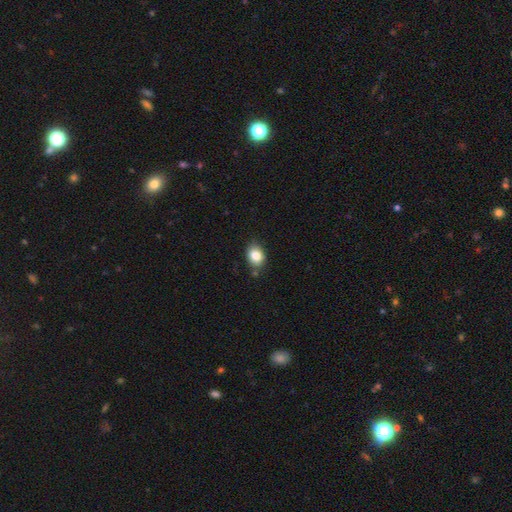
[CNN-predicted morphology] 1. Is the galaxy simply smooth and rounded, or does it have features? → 84% smooth, 9% star or artifact, 7% featured or disk.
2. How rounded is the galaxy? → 60% in between, 39% round, 1% cigar-shaped.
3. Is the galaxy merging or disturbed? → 78% none, 15% minor disturbance, 4% merger, 3% major disturbance.